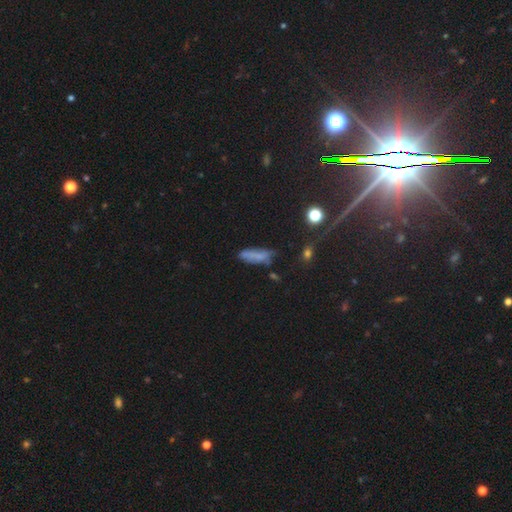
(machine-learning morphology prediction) type=smooth (61%); roundness=in between (52%); merging=none (50%).